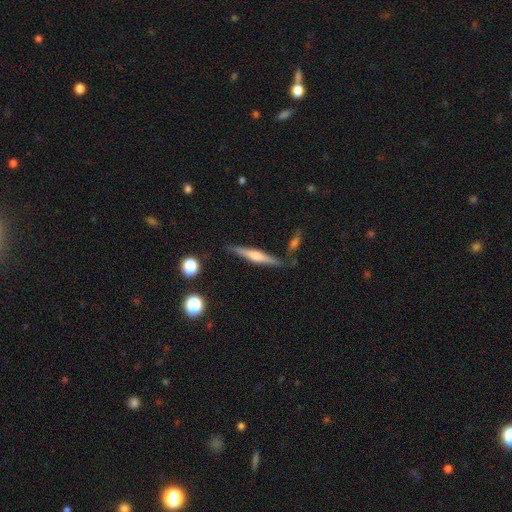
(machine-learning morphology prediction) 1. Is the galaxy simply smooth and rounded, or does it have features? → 64% featured or disk, 29% smooth, 7% star or artifact.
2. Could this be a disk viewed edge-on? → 97% yes, 3% no.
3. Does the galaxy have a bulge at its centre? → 80% rounded, 11% boxy, 9% none.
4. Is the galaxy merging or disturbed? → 84% none, 10% minor disturbance, 4% merger, 2% major disturbance.